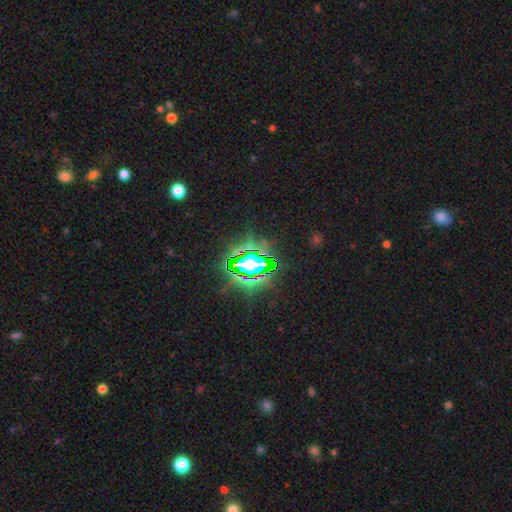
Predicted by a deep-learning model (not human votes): The model was most divided on "smooth or featured": star or artifact: 82%, smooth: 11%, featured or disk: 7%.